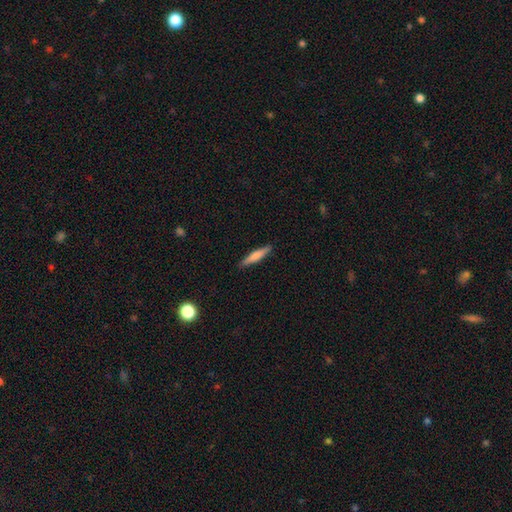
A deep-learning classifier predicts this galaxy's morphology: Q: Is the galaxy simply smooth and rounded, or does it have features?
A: smooth — 67%.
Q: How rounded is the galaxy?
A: cigar-shaped — 90%.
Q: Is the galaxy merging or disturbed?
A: none — 90%.